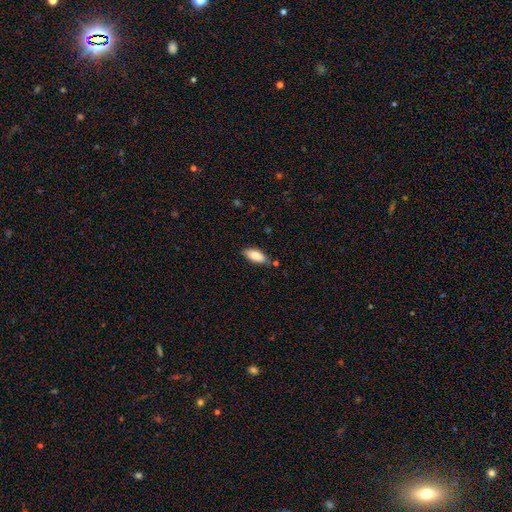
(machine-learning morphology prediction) This is clearly a smooth galaxy (85%). How rounded: clearly in between (85%). Merging: likely none (76%).